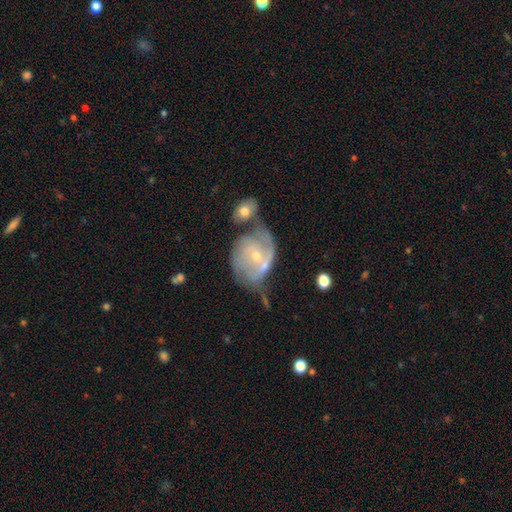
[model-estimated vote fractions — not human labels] A featured or disk galaxy (78%) with no bar (55%), 2 (54%) tight (43%) spiral arms (87%) and a small central bulge (66%). Merging: none (34%).